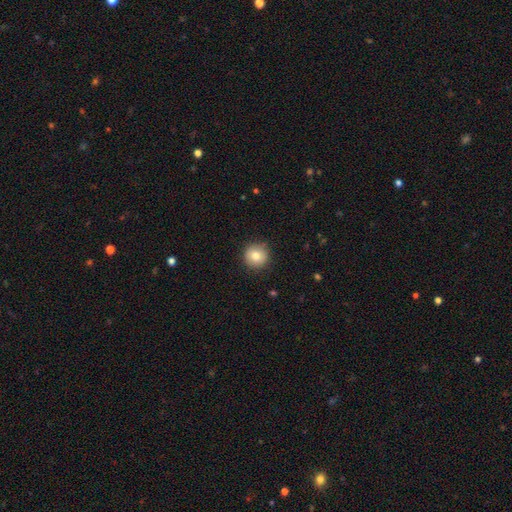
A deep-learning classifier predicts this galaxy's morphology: A smooth galaxy with no disk features (81%) that is round (94%).

Vote fractions:
- Smooth or featured? smooth: 81% / featured or disk: 10% / star or artifact: 9%
- How rounded? round: 94% / in between: 5% / cigar-shaped: 1%
- Merging? none: 90% / minor disturbance: 7% / major disturbance: 2% / merger: 1%